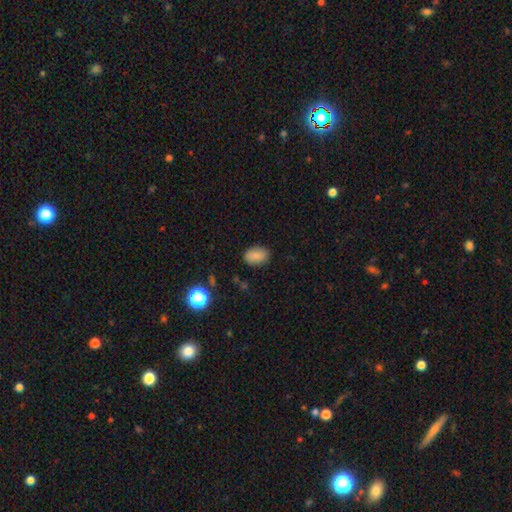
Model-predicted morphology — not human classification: smooth-or-featured: smooth: 84% | star or artifact: 9% | featured or disk: 7%
  how-rounded: in between: 83% | round: 15% | cigar-shaped: 1%
  merging: none: 86% | minor disturbance: 10% | major disturbance: 3% | merger: 1%